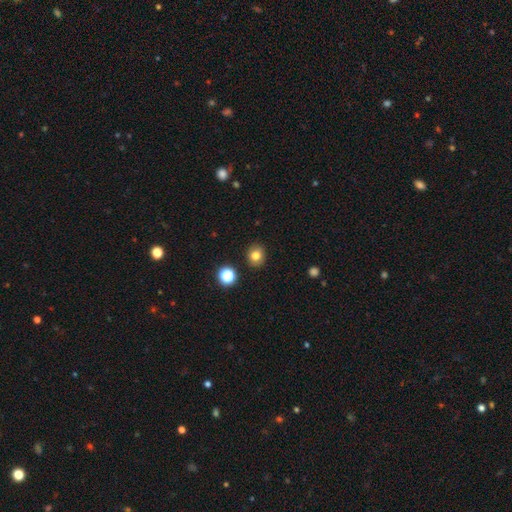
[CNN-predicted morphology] smooth-or-featured: smooth: 79% | star or artifact: 13% | featured or disk: 8%
  how-rounded: round: 78% | in between: 22% | cigar-shaped: 1%
  merging: none: 89% | minor disturbance: 7% | merger: 2% | major disturbance: 2%